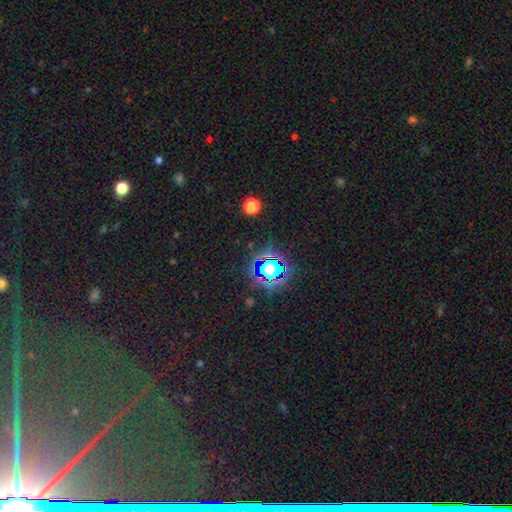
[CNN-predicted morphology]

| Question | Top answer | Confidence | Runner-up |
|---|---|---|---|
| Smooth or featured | star or artifact | 80% | smooth (13%) |